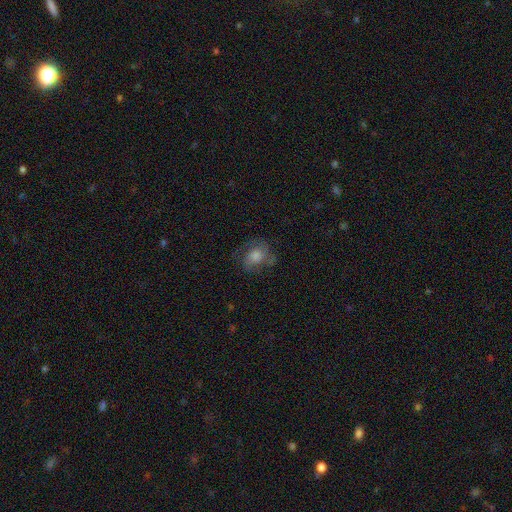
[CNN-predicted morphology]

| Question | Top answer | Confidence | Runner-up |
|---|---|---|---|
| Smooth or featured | smooth | 46% | featured or disk (42%) |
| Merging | none | 58% | minor disturbance (23%) |